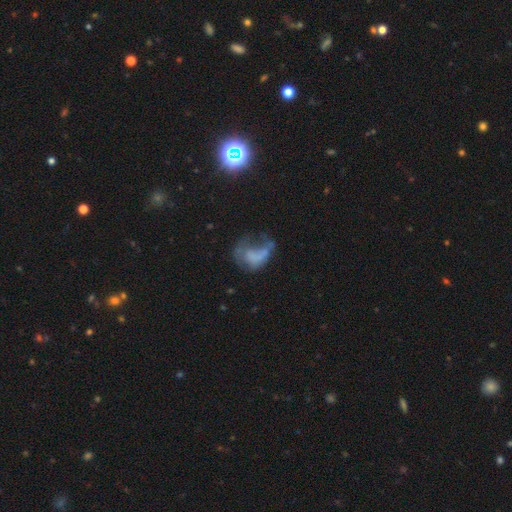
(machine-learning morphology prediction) Overall: featured or disk (45%; smooth 42%). Merging: major disturbance (53%; none 23%).